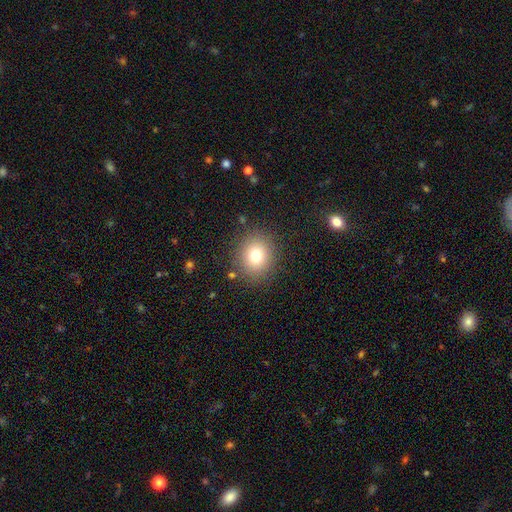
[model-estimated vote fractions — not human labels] A smooth galaxy with no disk features (77%) that is round (77%). Merging: none (86%).